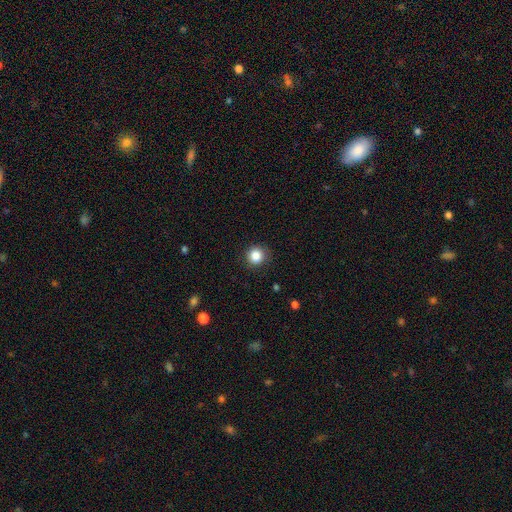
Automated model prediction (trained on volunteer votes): Smooth or featured? Predicted: smooth (p=0.85). How rounded? Predicted: round (p=0.92). Merging? Predicted: none (p=0.88).